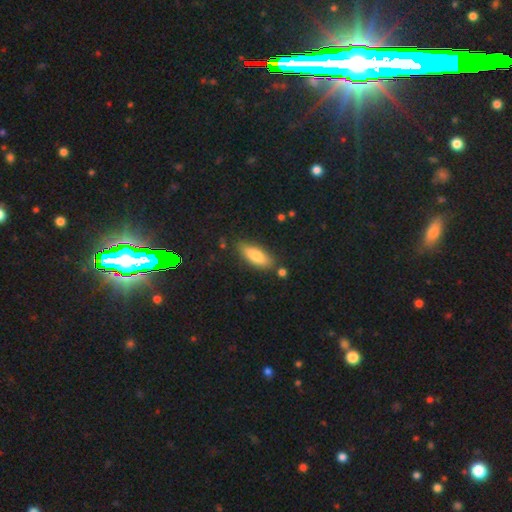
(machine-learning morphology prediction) The model was most divided on "how rounded": in between: 63%, cigar-shaped: 35%, round: 2%. More confident: merging — none (81%); smooth or featured — smooth (78%).